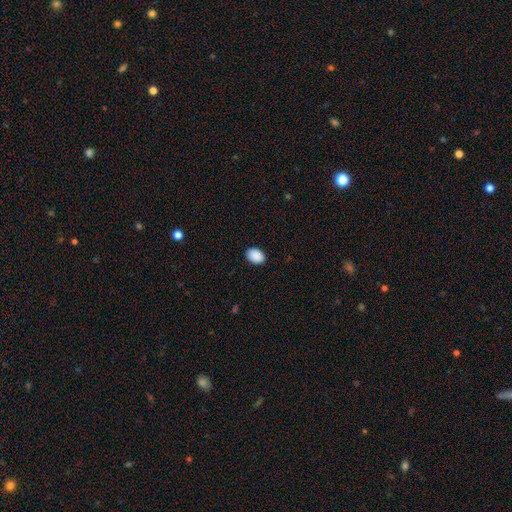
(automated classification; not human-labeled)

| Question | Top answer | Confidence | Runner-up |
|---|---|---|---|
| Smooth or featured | smooth | 91% | star or artifact (7%) |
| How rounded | in between | 81% | round (18%) |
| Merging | none | 89% | minor disturbance (8%) |